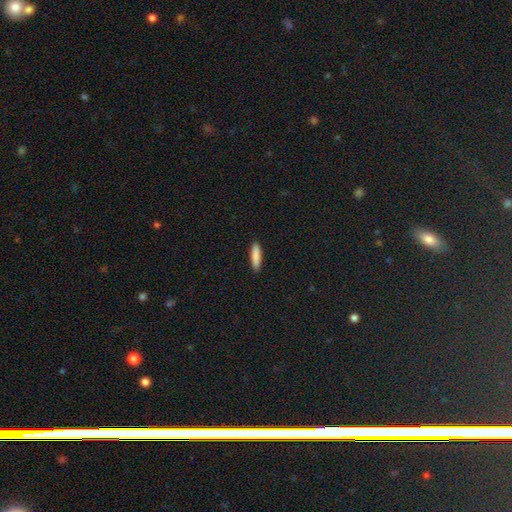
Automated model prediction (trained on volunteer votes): Smooth or featured? Predicted: smooth (p=0.87). How rounded? Predicted: cigar-shaped (p=0.78). Merging? Predicted: none (p=0.91).